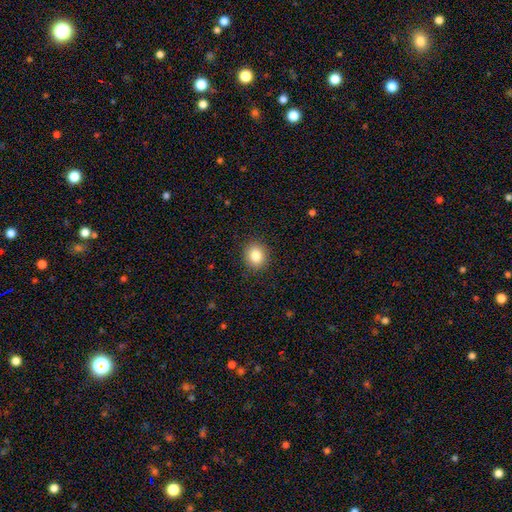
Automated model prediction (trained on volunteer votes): A smooth galaxy with no disk features (83%) that is round (77%).

Vote fractions:
- Smooth or featured? smooth: 83% / star or artifact: 10% / featured or disk: 7%
- How rounded? round: 77% / in between: 22% / cigar-shaped: 1%
- Merging? none: 91% / minor disturbance: 6% / major disturbance: 2% / merger: 1%